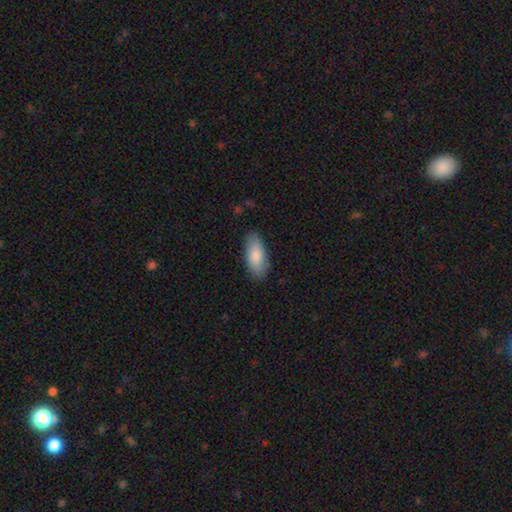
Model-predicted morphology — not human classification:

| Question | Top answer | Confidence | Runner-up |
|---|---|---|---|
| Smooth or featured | smooth | 84% | featured or disk (11%) |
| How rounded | in between | 87% | cigar-shaped (12%) |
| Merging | none | 84% | minor disturbance (12%) |